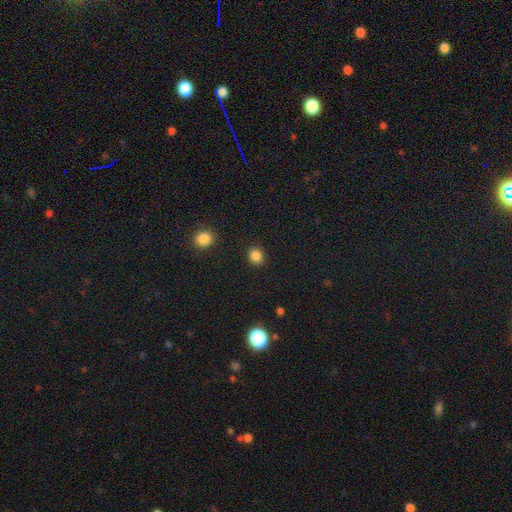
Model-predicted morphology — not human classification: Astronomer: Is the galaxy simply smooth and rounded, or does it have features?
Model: smooth — 85%.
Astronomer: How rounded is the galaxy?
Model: round — 74%.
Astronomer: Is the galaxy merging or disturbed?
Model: none — 89%.